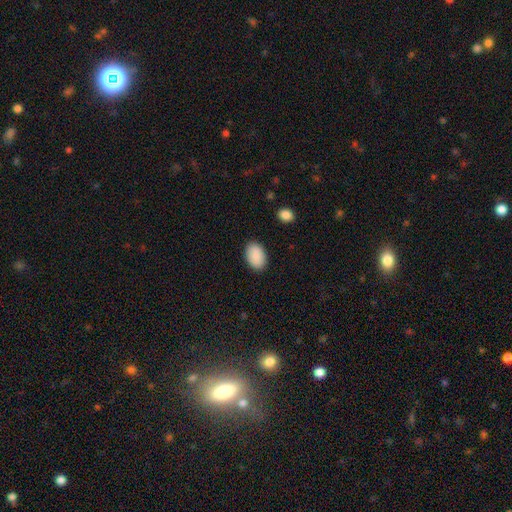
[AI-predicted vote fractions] The model was most divided on "how rounded": in between: 90%, round: 9%, cigar-shaped: 1%. More confident: smooth or featured — smooth (91%); merging — none (89%).